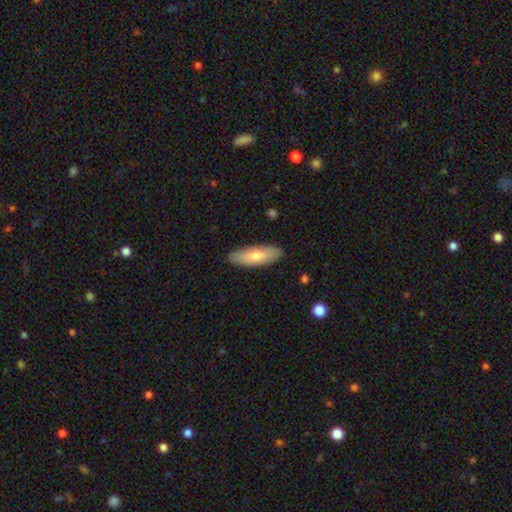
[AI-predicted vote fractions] A smooth galaxy with no disk features (68%) that is in between round and cigar-shaped (60%).

Vote fractions:
- Smooth or featured? smooth: 68% / featured or disk: 26% / star or artifact: 5%
- How rounded? in between: 60% / cigar-shaped: 38% / round: 2%
- Merging? none: 88% / minor disturbance: 9% / major disturbance: 2% / merger: 1%